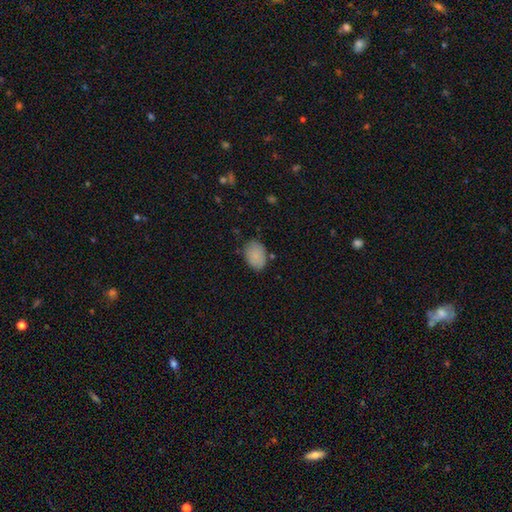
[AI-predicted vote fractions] smooth 86%, star or artifact 7%, featured or disk 7%. Down the decision tree: how rounded — in between (82%); merging — none (77%).